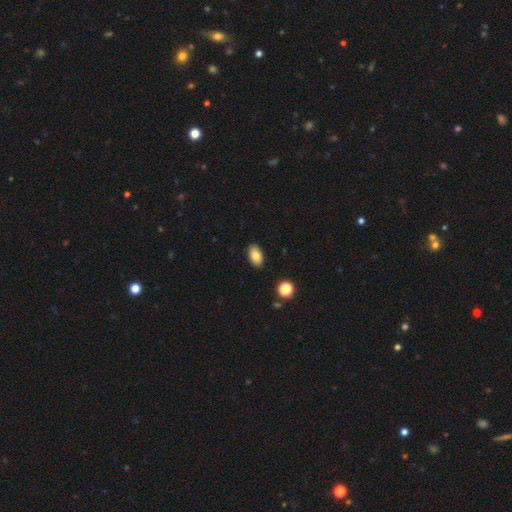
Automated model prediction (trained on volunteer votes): Smooth or featured?
  - smooth: 84% *
  - star or artifact: 9%
  - featured or disk: 7%
How rounded?
  - in between: 92% *
  - round: 6%
  - cigar-shaped: 2%
Merging?
  - none: 89% *
  - minor disturbance: 8%
  - major disturbance: 2%
  - merger: 1%